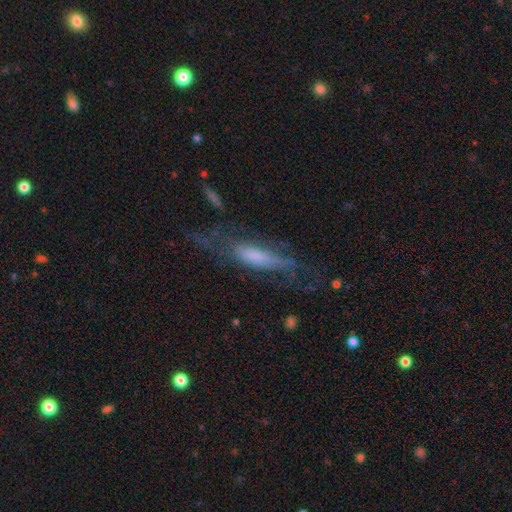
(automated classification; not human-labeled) Smooth or featured: featured or disk — 49% (smooth — 41%)
Merging: none — 40% (major disturbance — 32%)